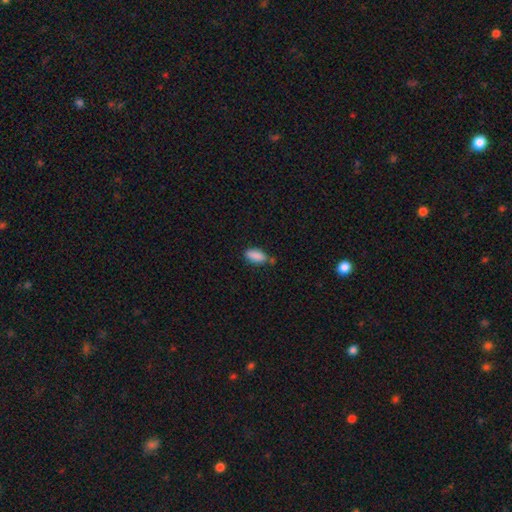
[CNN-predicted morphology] A smooth galaxy with no disk features (88%) that is in between round and cigar-shaped (87%). Merging: none (64%).